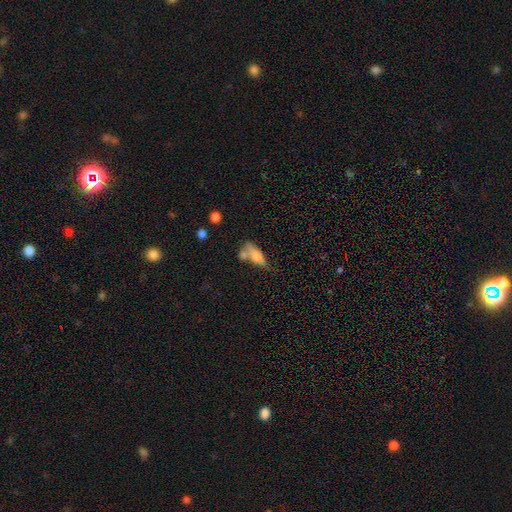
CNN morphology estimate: Smooth or featured? smooth (72%)
How rounded? in between (64%)
Merging? none (41%)